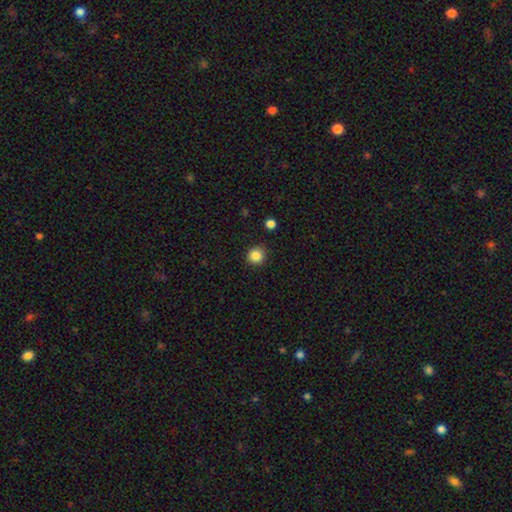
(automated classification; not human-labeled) A smooth galaxy with no disk features (85%) that is round (91%). Merging: none (90%).